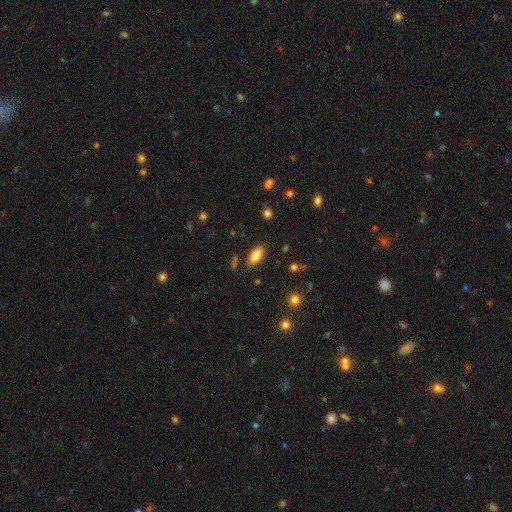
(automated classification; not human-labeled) The model was most divided on "smooth or featured": smooth: 81%, featured or disk: 11%, star or artifact: 8%. More confident: how rounded — in between (91%); merging — none (84%).